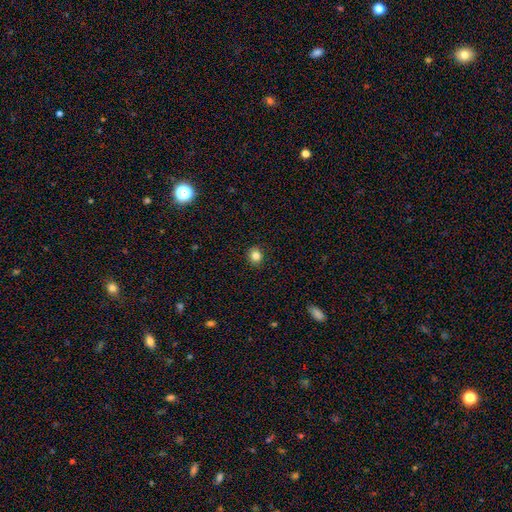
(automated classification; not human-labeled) This is clearly a smooth galaxy (83%). How rounded: clearly round (82%). Merging: clearly none (91%).